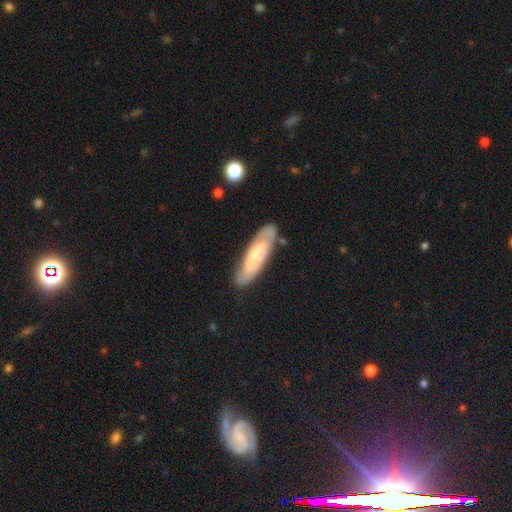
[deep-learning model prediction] Smooth or featured?
  - featured or disk: 57% *
  - smooth: 36%
  - star or artifact: 6%
Edge-on disk?
  - no: 75% *
  - yes: 25%
Merging?
  - none: 80% *
  - minor disturbance: 14%
  - major disturbance: 4%
  - merger: 2%